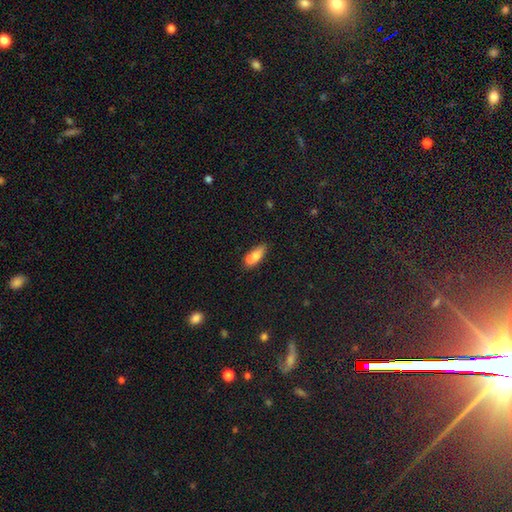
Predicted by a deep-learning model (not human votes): Overall: smooth (69%). How rounded: in between (71%). Merging: none (43%; merger 39%).